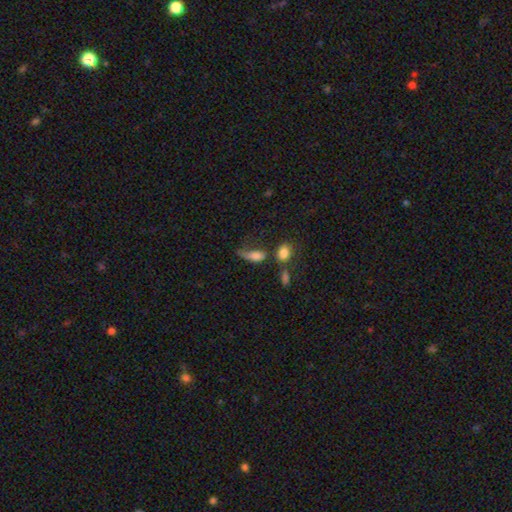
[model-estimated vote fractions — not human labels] A smooth galaxy with no disk features (71%) that is in between round and cigar-shaped (77%).

Vote fractions:
- Smooth or featured? smooth: 71% / featured or disk: 19% / star or artifact: 11%
- How rounded? in between: 77% / cigar-shaped: 14% / round: 9%
- Merging? major disturbance: 35% / none: 24% / merger: 21% / minor disturbance: 21%